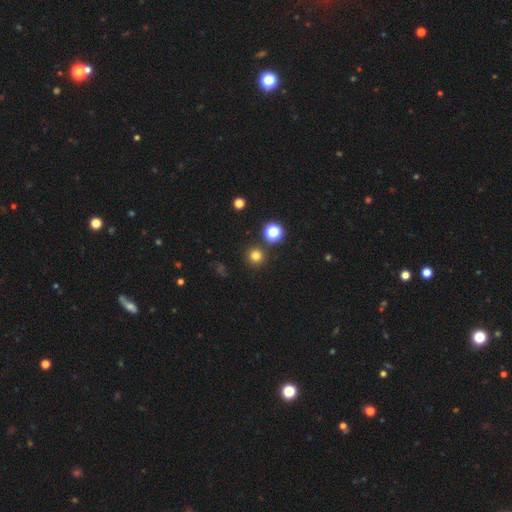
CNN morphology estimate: Smooth or featured? Predicted: smooth (p=0.76). How rounded? Predicted: round (p=0.95). Merging? Predicted: none (p=0.88).